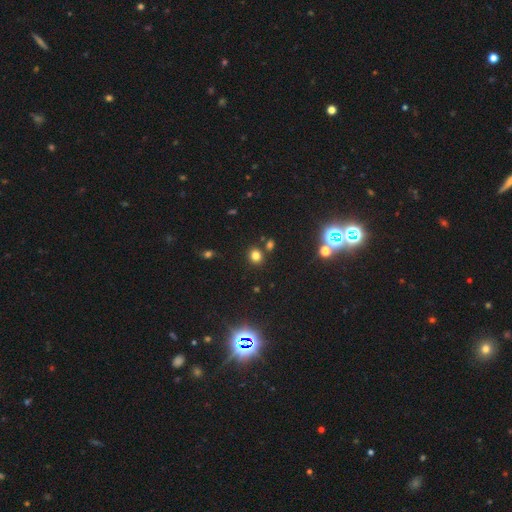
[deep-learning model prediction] This is likely a smooth galaxy (75%). How rounded: likely round (78%). Merging: clearly none (80%).